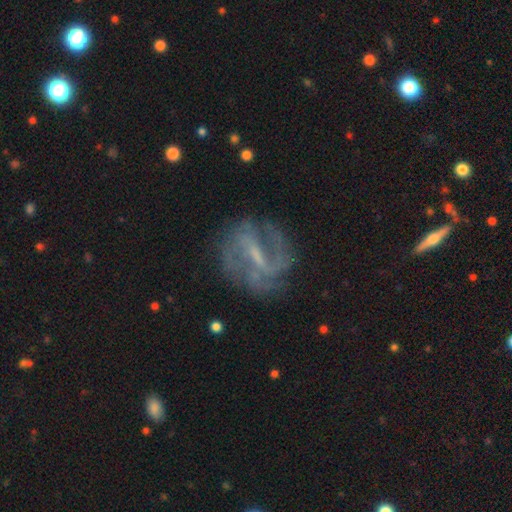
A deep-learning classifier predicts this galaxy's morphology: Smooth or featured? featured or disk (81%)
Edge-on disk? no (95%)
Bar? strong (44%)
Spiral arms? yes (88%)
Spiral winding? medium (44%)
Spiral arm count? 2 (46%)
Bulge size? small (51%)
Merging? none (71%)